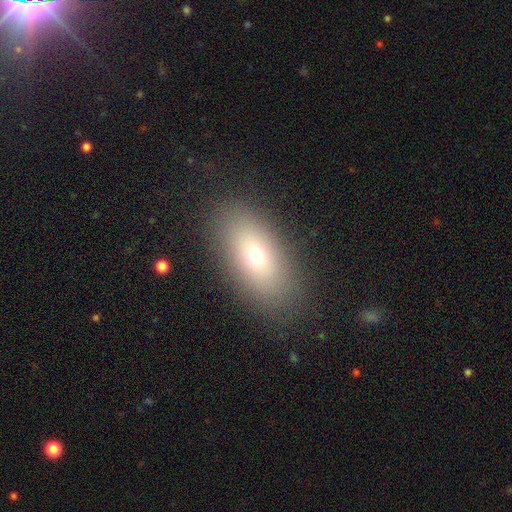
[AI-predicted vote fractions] Q: Smooth or featured?
A: smooth (67%); runner-up: featured or disk (20%)
Q: How rounded?
A: in between (86%); runner-up: round (8%)
Q: Merging?
A: none (85%); runner-up: minor disturbance (9%)